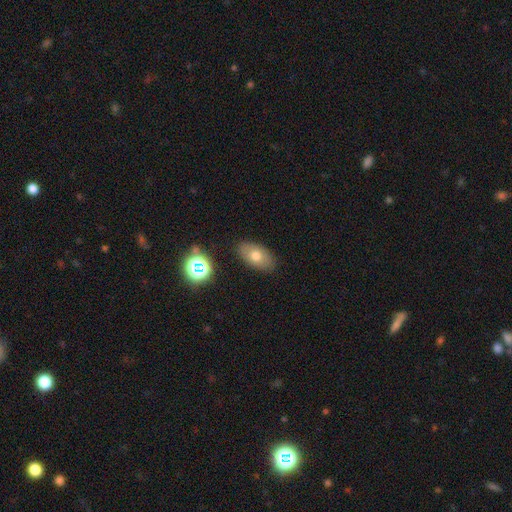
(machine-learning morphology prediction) This appears to be a smooth galaxy with no disk features (71%) that is in between round and cigar-shaped (91%). Merging: none (85%).